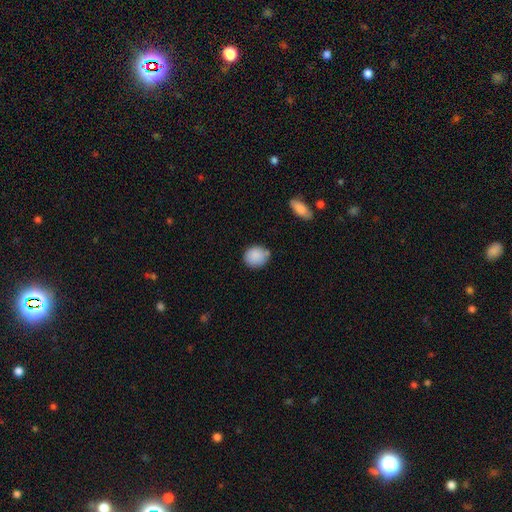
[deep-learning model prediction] Overall: smooth (87%). How rounded: round (70%). Merging: none (71%).